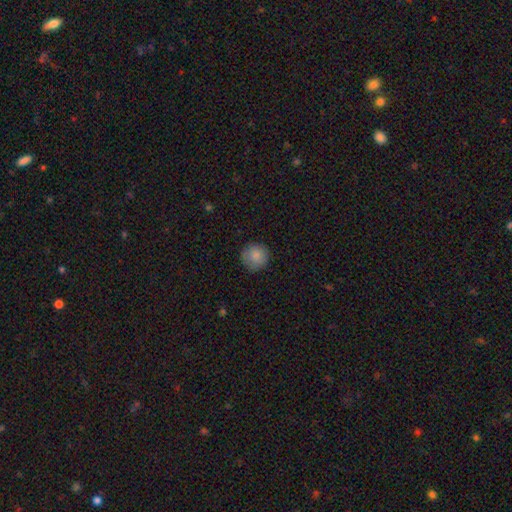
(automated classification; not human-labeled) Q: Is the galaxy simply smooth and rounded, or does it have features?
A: smooth — 86%.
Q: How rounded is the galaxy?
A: round — 94%.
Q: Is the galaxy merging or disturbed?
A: none — 86%.